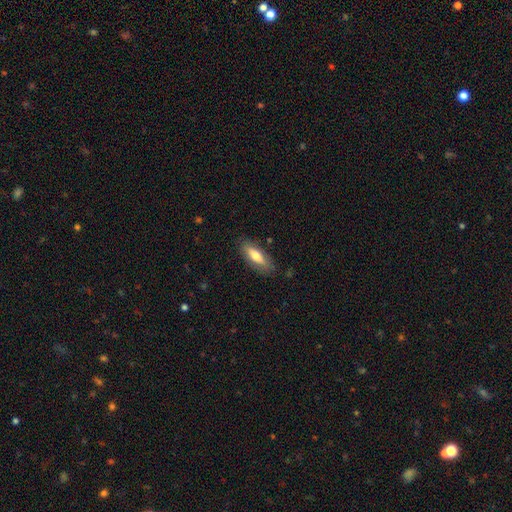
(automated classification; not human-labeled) Overall: smooth (67%). How rounded: in between (61%; cigar-shaped 37%). Merging: none (83%).